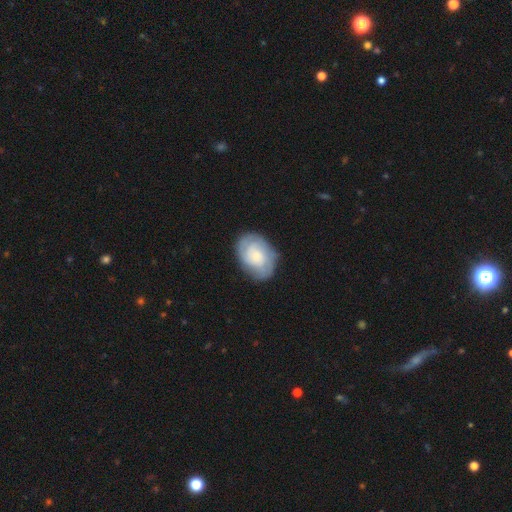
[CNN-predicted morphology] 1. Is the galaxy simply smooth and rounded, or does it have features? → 53% featured or disk, 41% smooth, 7% star or artifact.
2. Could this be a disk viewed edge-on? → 97% no, 3% yes.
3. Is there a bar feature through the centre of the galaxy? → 75% no, 22% weak, 3% strong.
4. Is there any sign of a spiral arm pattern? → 84% yes, 16% no.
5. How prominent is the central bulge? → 35% small, 29% moderate, 19% large, 14% none, 3% dominant.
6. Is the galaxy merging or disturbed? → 75% none, 18% minor disturbance, 6% major disturbance, 1% merger.